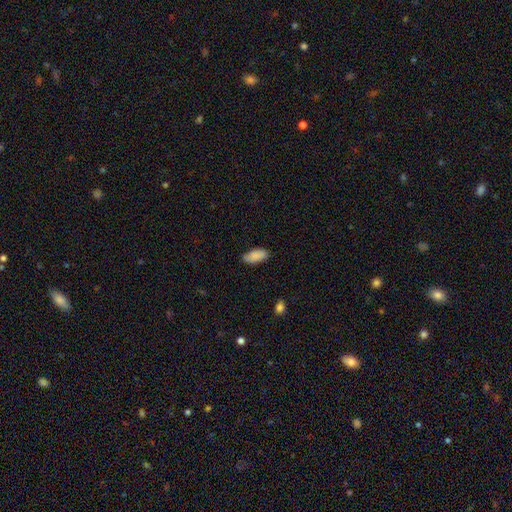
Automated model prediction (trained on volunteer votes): Smooth or featured? Predicted: smooth (p=0.86). How rounded? Predicted: in between (p=0.90). Merging? Predicted: none (p=0.81).